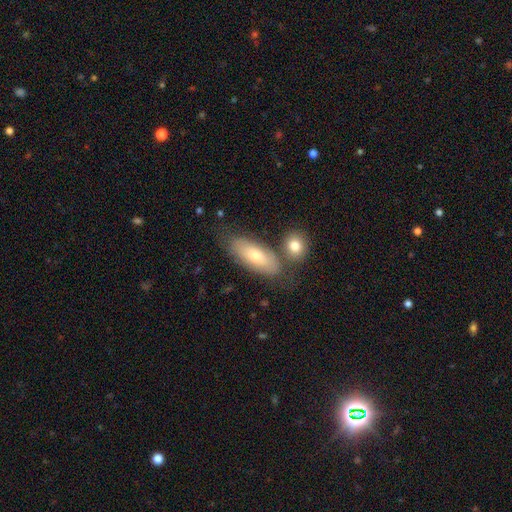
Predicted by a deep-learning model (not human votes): A smooth galaxy with no disk features (68%) that is in between round and cigar-shaped (79%). Merging: none (64%).